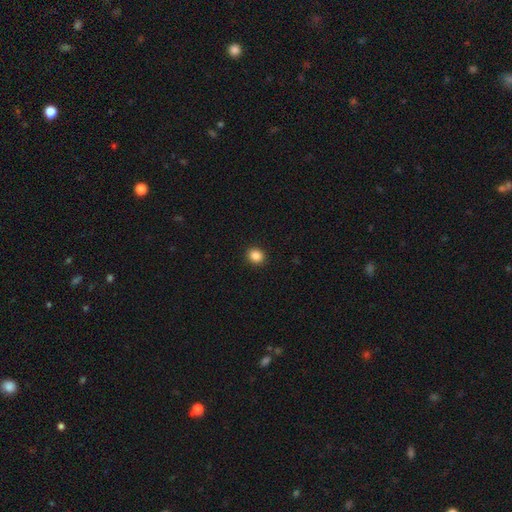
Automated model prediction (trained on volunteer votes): Q: Smooth or featured?
A: smooth (87%); runner-up: star or artifact (10%)
Q: How rounded?
A: round (72%); runner-up: in between (27%)
Q: Merging?
A: none (92%); runner-up: minor disturbance (5%)